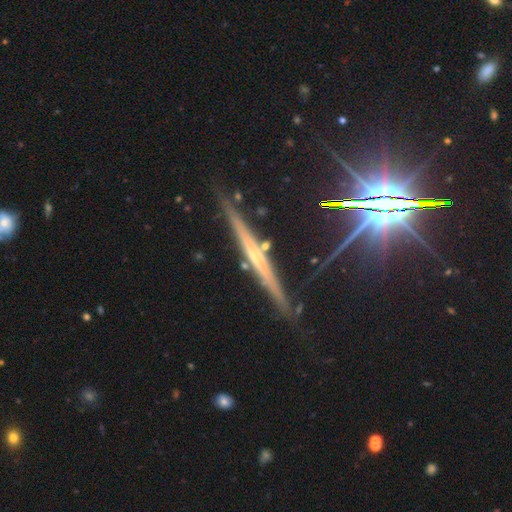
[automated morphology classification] A featured or disk galaxy (67%) viewed edge-on (97%) with no central bulge (48%).

Vote fractions:
- Smooth or featured? featured or disk: 67% / smooth: 18% / star or artifact: 14%
- Edge-on disk? yes: 97% / no: 3%
- Edge-on bulge? none: 48% / rounded: 43% / boxy: 9%
- Merging? none: 84% / minor disturbance: 11% / merger: 3% / major disturbance: 2%